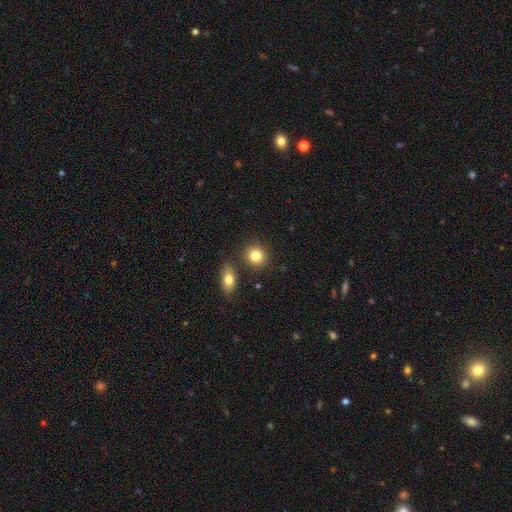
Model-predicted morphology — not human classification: Smooth or featured? smooth (83%)
How rounded? round (82%)
Merging? none (81%)